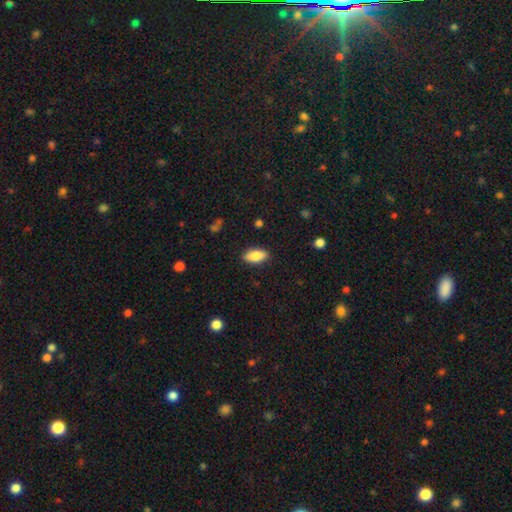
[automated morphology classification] This appears to be a smooth galaxy with no disk features (79%) that is in between round and cigar-shaped (84%). Merging: none (86%).